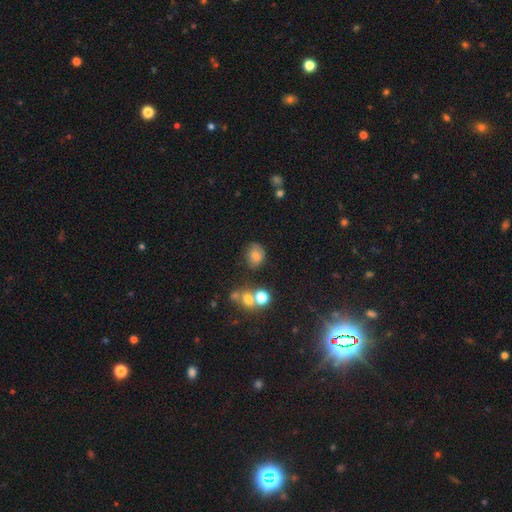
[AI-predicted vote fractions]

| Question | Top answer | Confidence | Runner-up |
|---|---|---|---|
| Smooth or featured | smooth | 76% | star or artifact (13%) |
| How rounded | round | 56% | in between (43%) |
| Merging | none | 65% | minor disturbance (20%) |